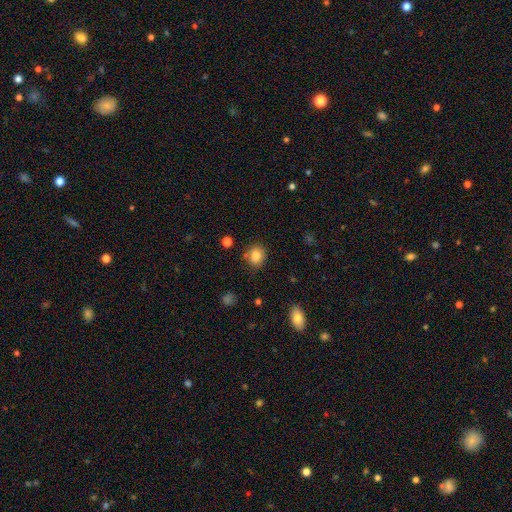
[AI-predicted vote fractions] Morphology: type=smooth (84%); roundness=round (67%); merging=none (79%).